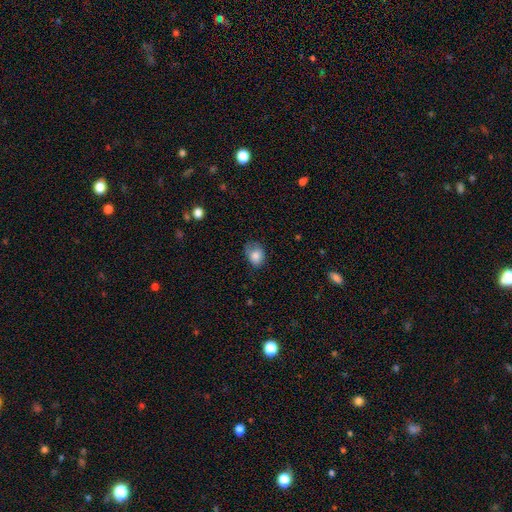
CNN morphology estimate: Overall: smooth (83%). How rounded: in between (54%; round 45%). Merging: none (53%; minor disturbance 34%).